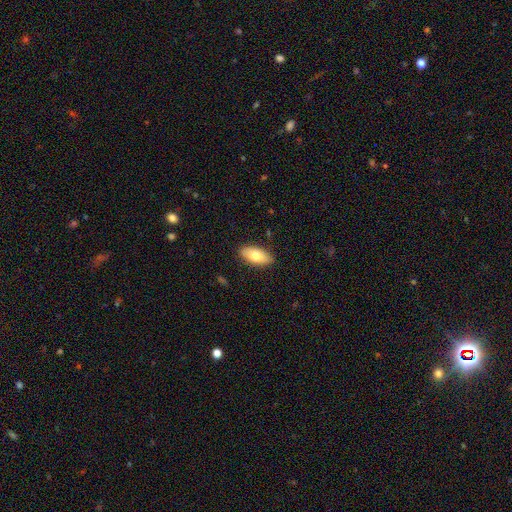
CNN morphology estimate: This appears to be a smooth galaxy with no disk features (74%) that is in between round and cigar-shaped (89%). Merging: none (88%).